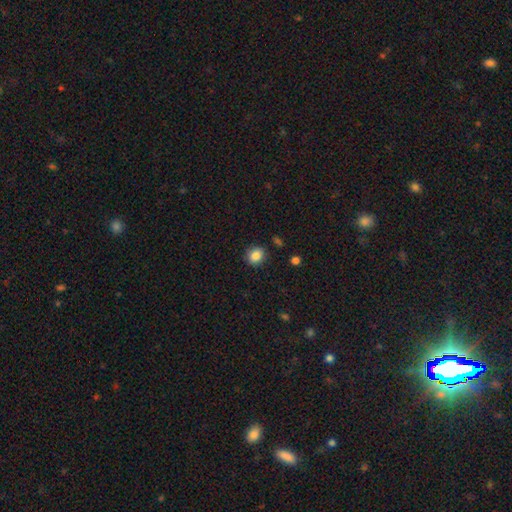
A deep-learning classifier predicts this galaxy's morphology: Smooth or featured: smooth — 86% (star or artifact — 10%)
How rounded: round — 71% (in between — 28%)
Merging: none — 86% (minor disturbance — 10%)